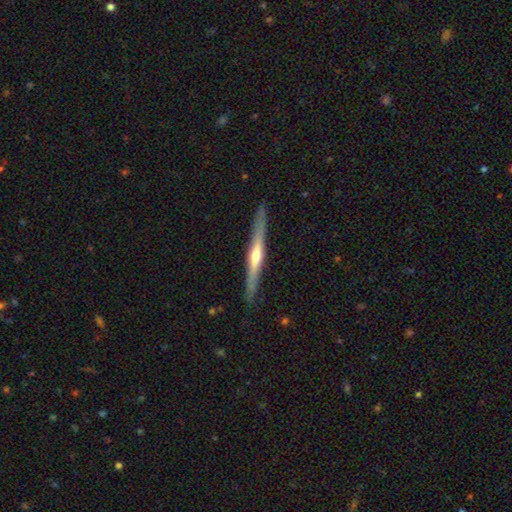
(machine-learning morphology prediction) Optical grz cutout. It shows a featured or disk galaxy (66%) viewed edge-on (97%) with a rounded central bulge (70%). Merging: none (88%).